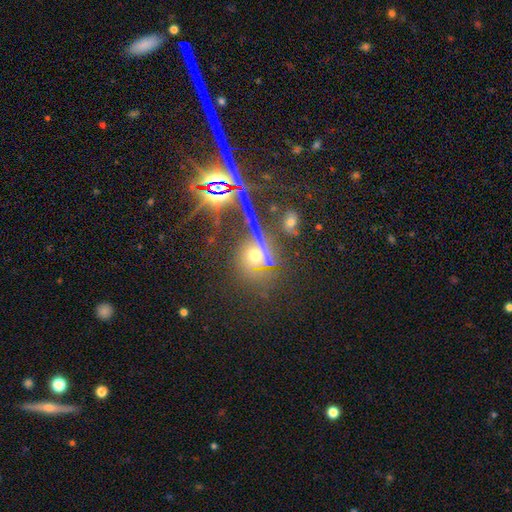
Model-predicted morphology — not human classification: This is marginally a star or artifact rather than a galaxy (35%).